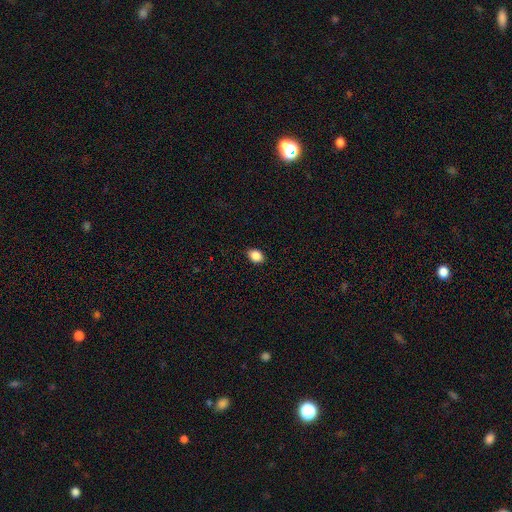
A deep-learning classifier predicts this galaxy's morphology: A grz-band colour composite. It shows a smooth galaxy with no disk features (88%) that is in between round and cigar-shaped (68%). Merging: none (89%).